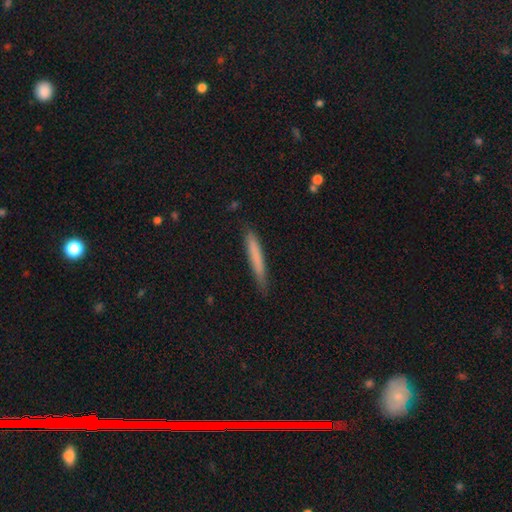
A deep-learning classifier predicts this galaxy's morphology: smooth 75%, featured or disk 19%, star or artifact 7%. Down the decision tree: how rounded — cigar-shaped (95%); merging — none (82%).